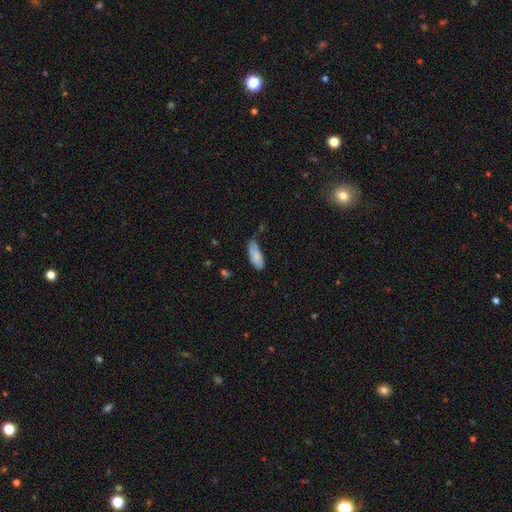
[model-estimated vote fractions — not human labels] A smooth galaxy with no disk features (80%) that is in between round and cigar-shaped (78%). Merging: none (49%).